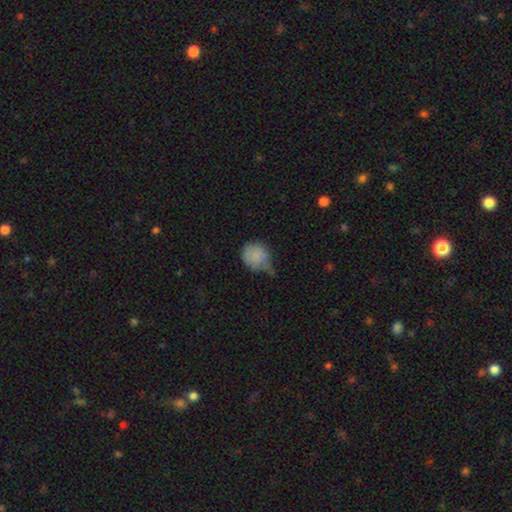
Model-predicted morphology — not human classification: smooth-or-featured: smooth: 80% | featured or disk: 12% | star or artifact: 8%
  how-rounded: round: 75% | in between: 24% | cigar-shaped: 1%
  merging: minor disturbance: 45% | none: 28% | major disturbance: 20% | merger: 6%